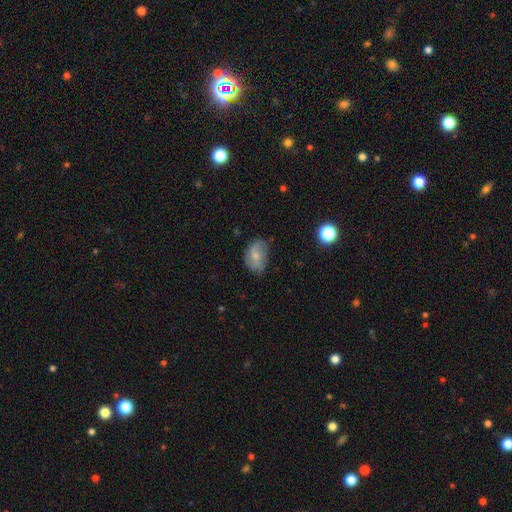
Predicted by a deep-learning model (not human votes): Q: Smooth or featured?
A: smooth (59%); runner-up: featured or disk (32%)
Q: How rounded?
A: in between (85%); runner-up: round (13%)
Q: Merging?
A: none (61%); runner-up: minor disturbance (29%)